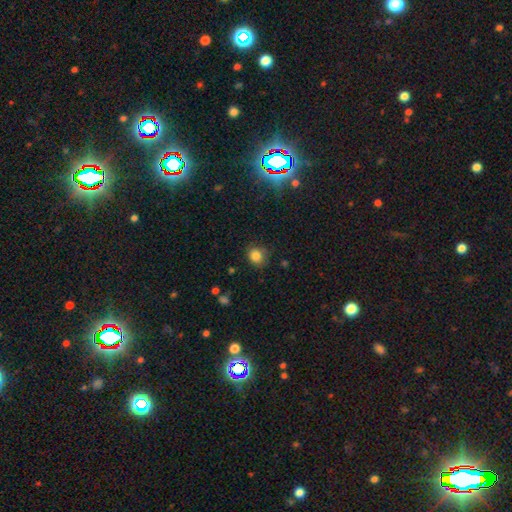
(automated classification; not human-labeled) This appears to be a smooth galaxy with no disk features (82%) that is round (73%). Merging: none (76%).